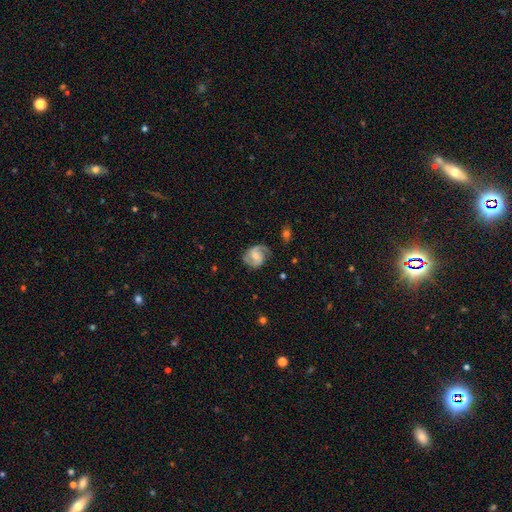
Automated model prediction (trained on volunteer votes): smooth-or-featured: featured or disk: 79% | smooth: 15% | star or artifact: 6%
  disk-edge-on: no: 98% | yes: 2%
    bar: no: 47% | weak: 42% | strong: 11%
    has-spiral-arms: yes: 95% | no: 5%
      spiral-winding: medium: 51% | tight: 29% | loose: 20%
      spiral-arm-count: 2: 88% | can't tell: 5% | 1: 3% | 3: 2% | 4: 1% | more than 4: 1%
    bulge-size: moderate: 47% | small: 44% | none: 5% | large: 3% | dominant: 1%
  merging: none: 74% | minor disturbance: 18% | major disturbance: 6% | merger: 1%